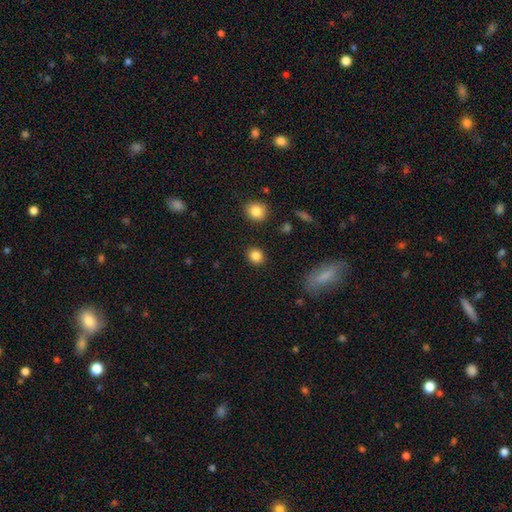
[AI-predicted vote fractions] smooth_or_featured: smooth (p=0.85) [alt: star or artifact p=0.10]
how_rounded: round (p=0.78) [alt: in between p=0.21]
merging: none (p=0.89) [alt: minor disturbance p=0.06]